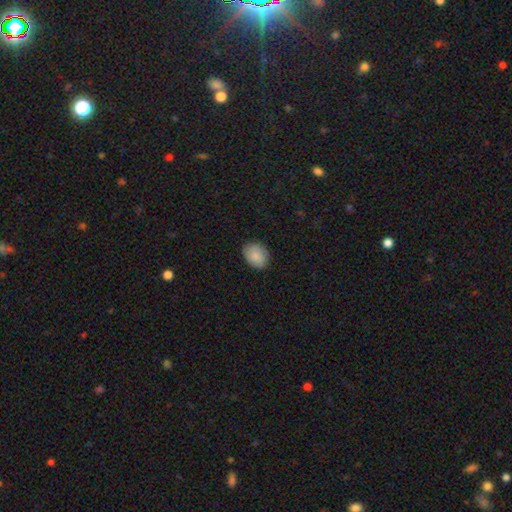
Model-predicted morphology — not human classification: type=smooth (87%); roundness=in between (62%); merging=none (84%).